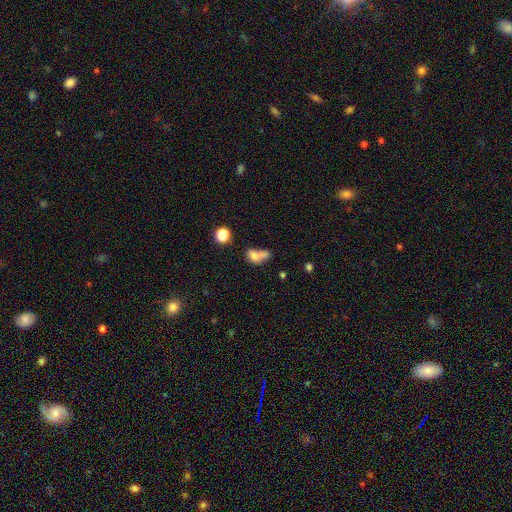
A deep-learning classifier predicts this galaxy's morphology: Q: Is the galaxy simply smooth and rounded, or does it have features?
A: smooth — 69%.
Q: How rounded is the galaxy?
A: in between — 69%.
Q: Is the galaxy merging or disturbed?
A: merger — 52%.